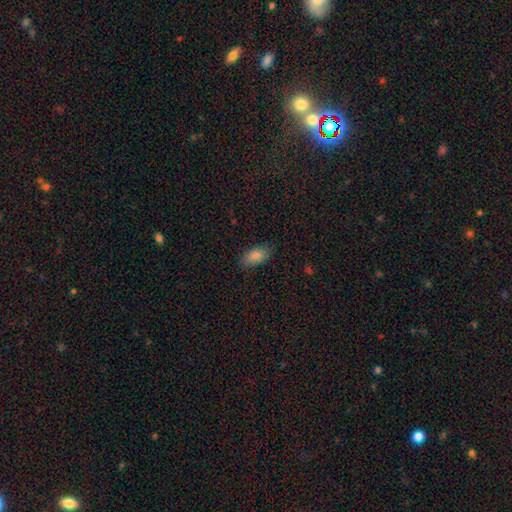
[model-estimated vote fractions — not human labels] This is clearly a smooth galaxy (86%). How rounded: clearly in between (92%). Merging: clearly none (84%).